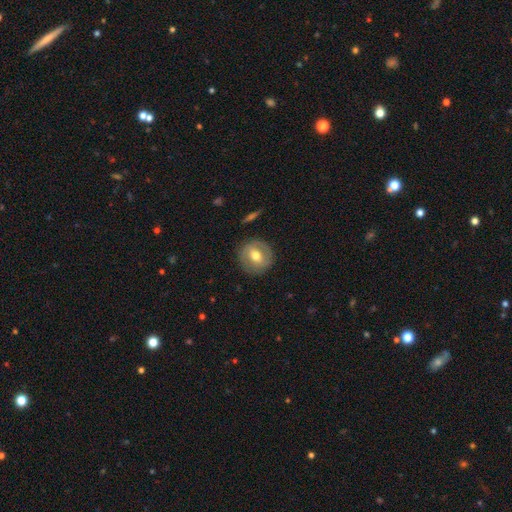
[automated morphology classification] smooth 54%, featured or disk 39%, star or artifact 7%. Down the decision tree: how rounded — round (90%); merging — none (87%).